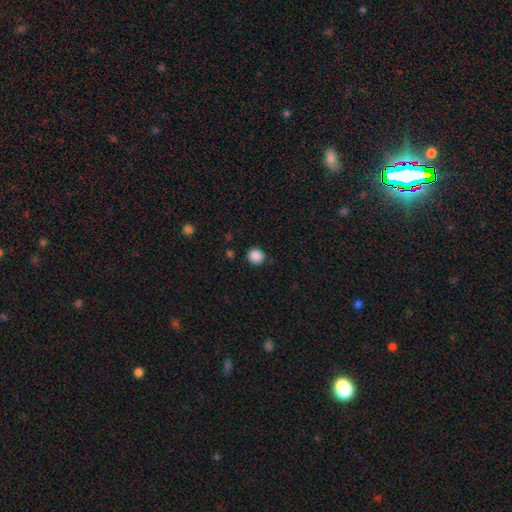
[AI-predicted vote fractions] The model was most divided on "how rounded": round: 84%, in between: 15%, cigar-shaped: 1%. More confident: smooth or featured — smooth (88%); merging — none (88%).